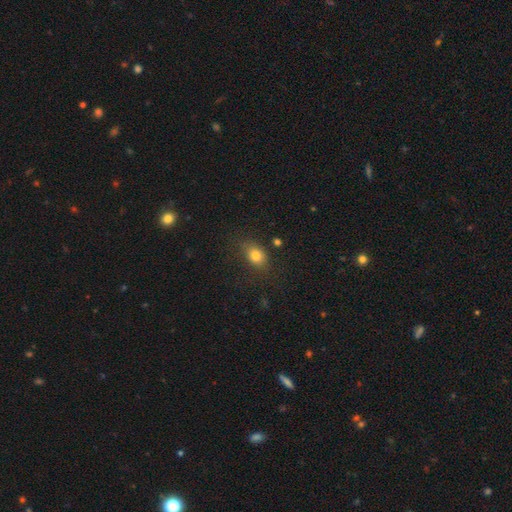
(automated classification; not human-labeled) Smooth or featured? Predicted: smooth (p=0.79). How rounded? Predicted: in between (p=0.65). Merging? Predicted: none (p=0.75).